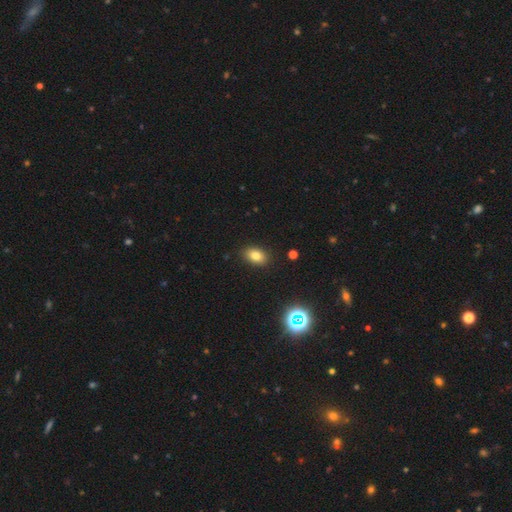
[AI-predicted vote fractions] smooth 80%, star or artifact 12%, featured or disk 8%. Down the decision tree: how rounded — in between (82%); merging — none (88%).